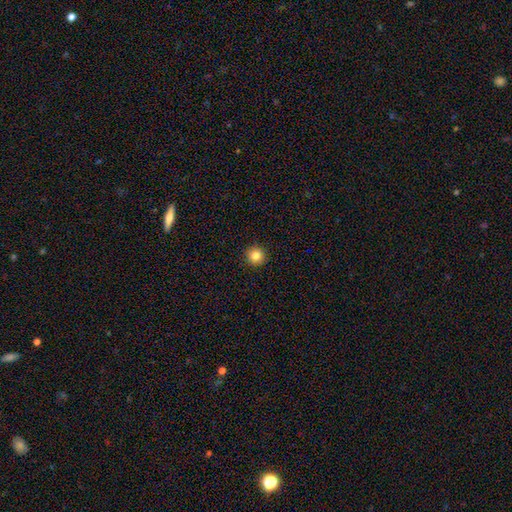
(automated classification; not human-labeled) Smooth or featured: smooth — 83% (star or artifact — 11%)
How rounded: round — 96% (in between — 3%)
Merging: none — 93% (minor disturbance — 4%)